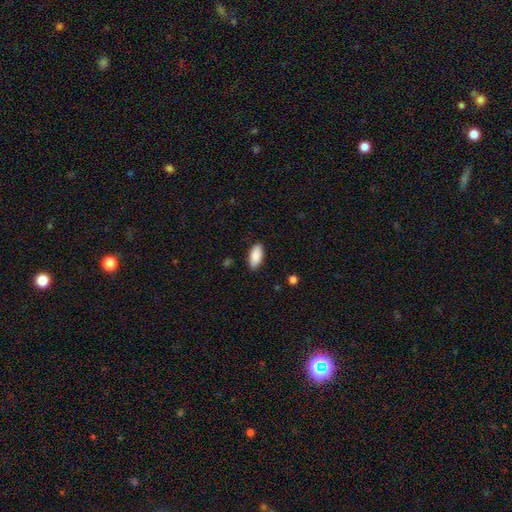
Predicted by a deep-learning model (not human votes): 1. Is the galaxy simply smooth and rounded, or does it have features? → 89% smooth, 6% star or artifact, 5% featured or disk.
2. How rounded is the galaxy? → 91% in between, 7% cigar-shaped, 2% round.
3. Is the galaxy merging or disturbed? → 87% none, 10% minor disturbance, 2% major disturbance, 1% merger.